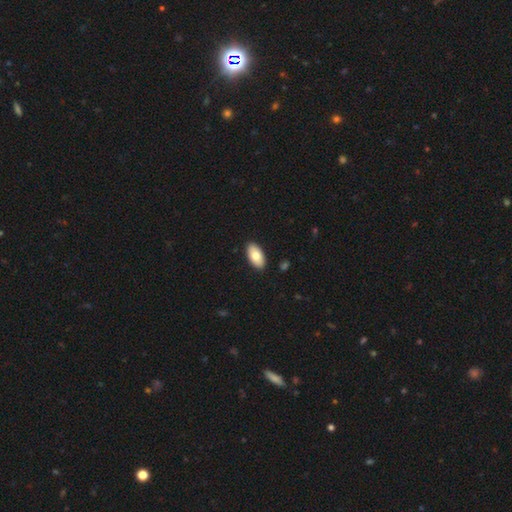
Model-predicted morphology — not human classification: Smooth or featured: smooth — 80% (featured or disk — 14%)
How rounded: in between — 95% (cigar-shaped — 3%)
Merging: none — 90% (minor disturbance — 7%)